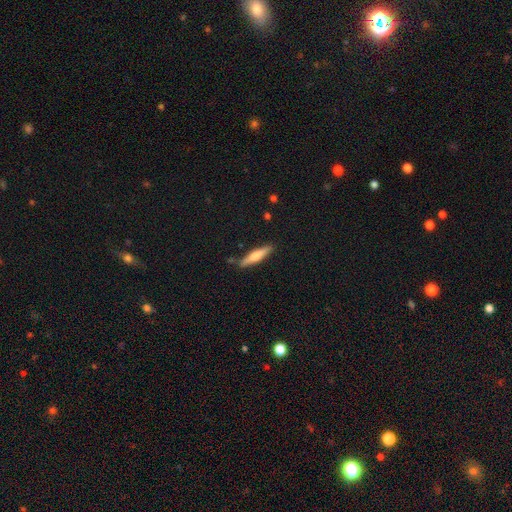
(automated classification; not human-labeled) Q: Smooth or featured?
A: smooth (56%); runner-up: featured or disk (38%)
Q: How rounded?
A: cigar-shaped (83%); runner-up: in between (16%)
Q: Merging?
A: none (84%); runner-up: minor disturbance (11%)